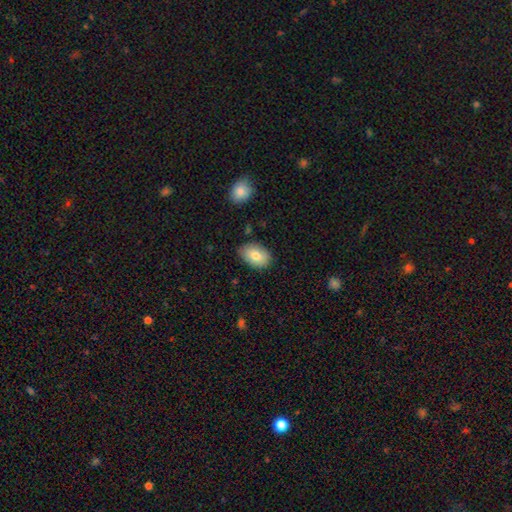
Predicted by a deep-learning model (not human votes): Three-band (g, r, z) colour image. It shows a smooth galaxy with no disk features (80%) that is in between round and cigar-shaped (89%). Merging: none (82%).